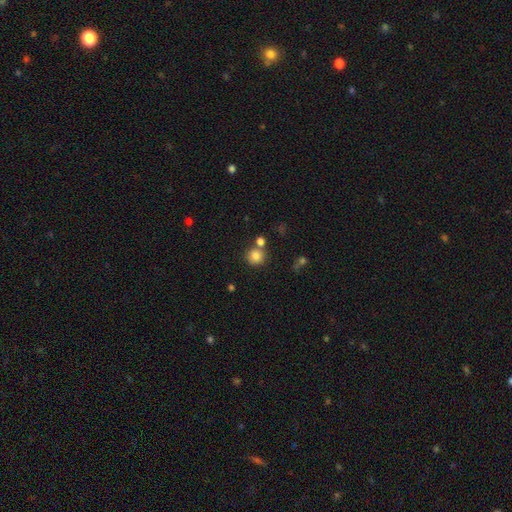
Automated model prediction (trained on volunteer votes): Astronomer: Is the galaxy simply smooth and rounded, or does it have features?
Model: smooth — 82%.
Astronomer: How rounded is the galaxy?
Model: round — 91%.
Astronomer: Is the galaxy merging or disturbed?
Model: none — 71%.